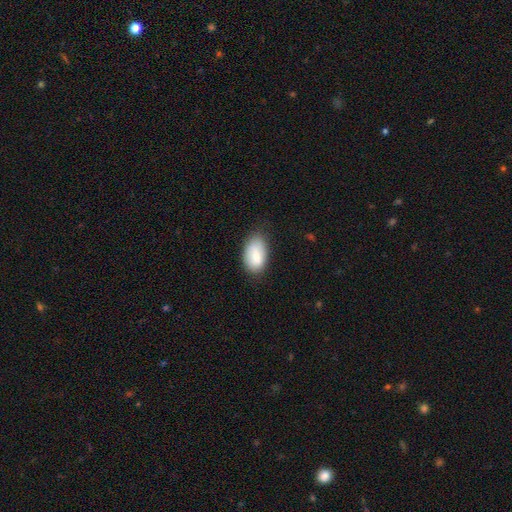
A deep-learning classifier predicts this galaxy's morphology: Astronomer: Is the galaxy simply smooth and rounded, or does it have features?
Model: smooth — 81%.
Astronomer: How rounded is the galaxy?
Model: in between — 94%.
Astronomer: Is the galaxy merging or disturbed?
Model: none — 70%.